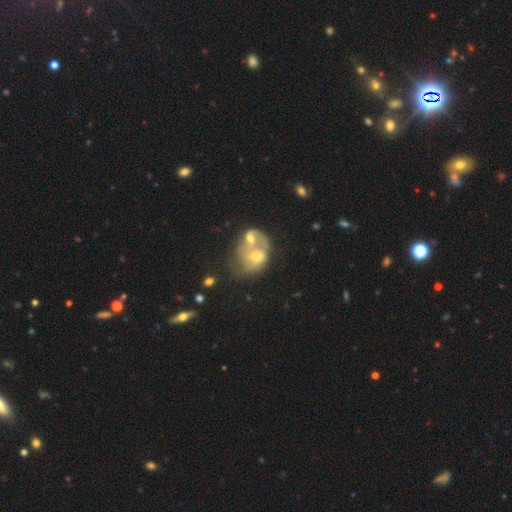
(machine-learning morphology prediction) smooth-or-featured: featured or disk: 51% | smooth: 40% | star or artifact: 9%
  disk-edge-on: no: 97% | yes: 3%
  merging: merger: 63% | major disturbance: 15% | none: 13% | minor disturbance: 9%